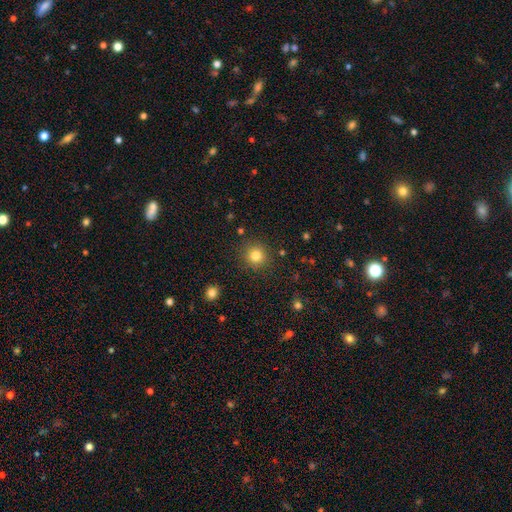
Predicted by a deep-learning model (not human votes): Smooth or featured: smooth — 82% (star or artifact — 12%)
How rounded: round — 92% (in between — 7%)
Merging: none — 89% (minor disturbance — 7%)